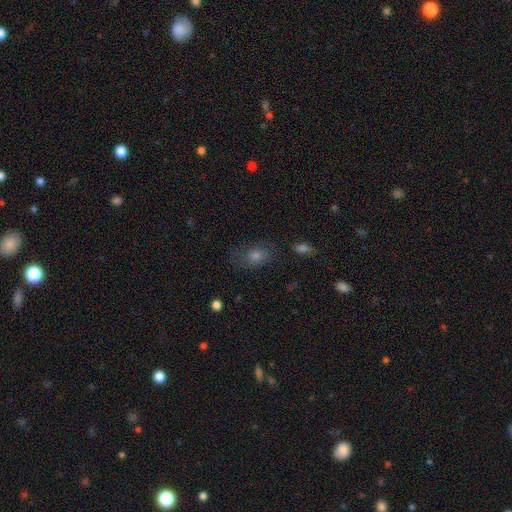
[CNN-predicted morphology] type=smooth (58%); roundness=in between (70%); merging=none (69%).